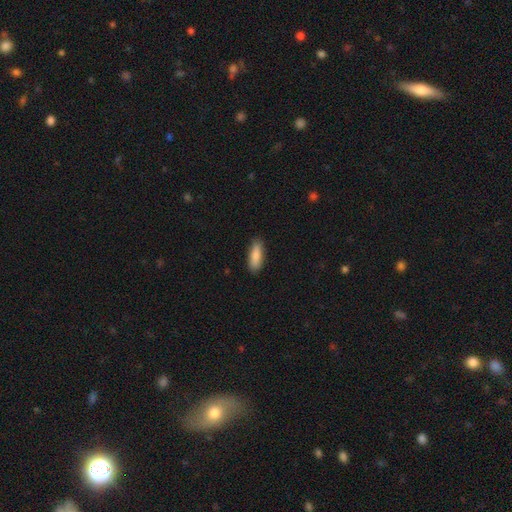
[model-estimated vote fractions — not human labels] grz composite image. It shows a smooth galaxy with no disk features (86%) that is in between round and cigar-shaped (58%). Merging: none (87%).